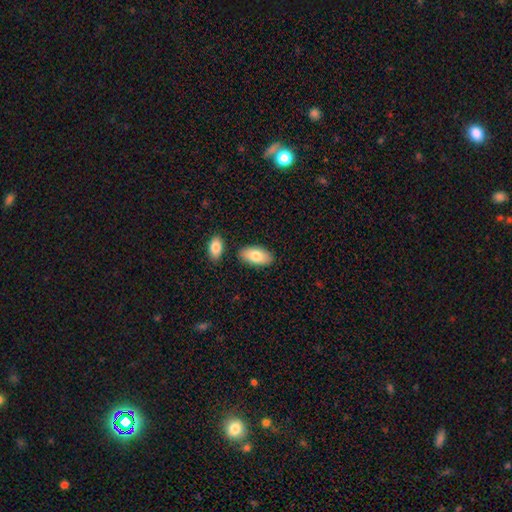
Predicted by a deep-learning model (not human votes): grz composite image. It shows a smooth galaxy with no disk features (81%) that is in between round and cigar-shaped (94%). Merging: none (82%).